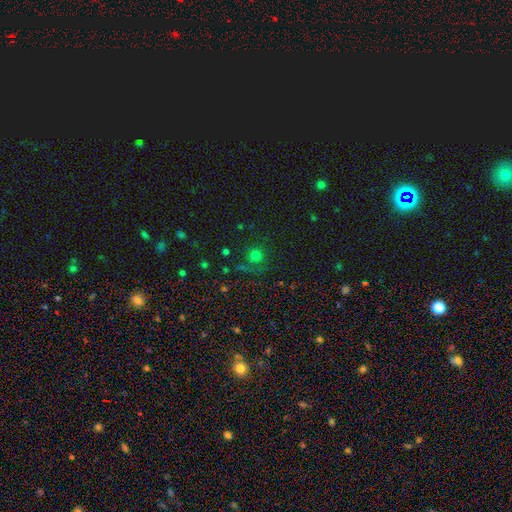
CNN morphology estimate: smooth_or_featured: smooth (p=0.66) [alt: star or artifact p=0.25]
how_rounded: round (p=0.91) [alt: in between p=0.08]
merging: none (p=0.69) [alt: minor disturbance p=0.13]